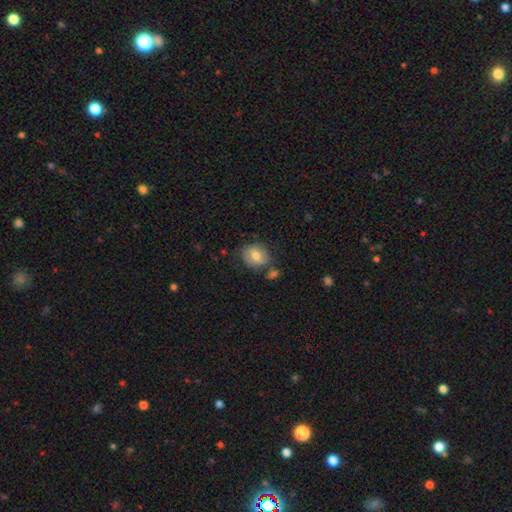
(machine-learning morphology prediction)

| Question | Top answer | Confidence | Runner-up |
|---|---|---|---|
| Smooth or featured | smooth | 70% | featured or disk (22%) |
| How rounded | round | 62% | in between (37%) |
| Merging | none | 70% | minor disturbance (17%) |